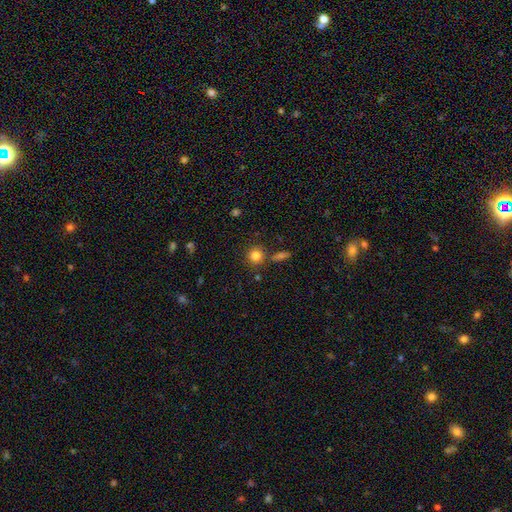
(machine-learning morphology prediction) smooth_or_featured: smooth (p=0.83) [alt: star or artifact p=0.11]
how_rounded: round (p=0.90) [alt: in between p=0.09]
merging: none (p=0.78) [alt: merger p=0.09]